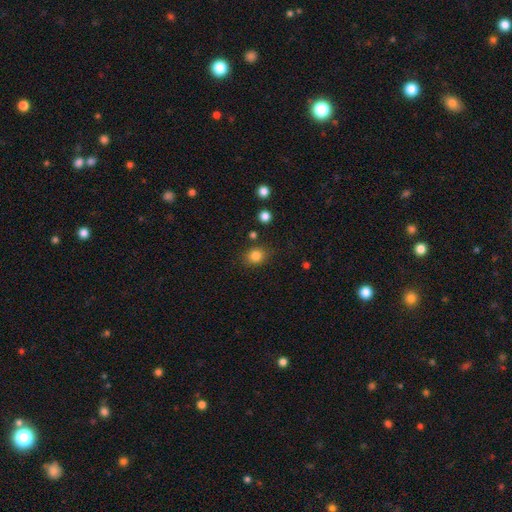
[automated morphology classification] A smooth galaxy with no disk features (83%) that is round (62%). Merging: none (81%).